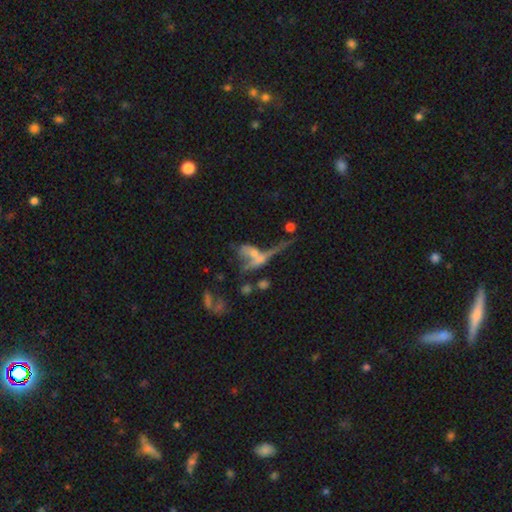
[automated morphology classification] The model was most divided on "smooth or featured": featured or disk: 44%, smooth: 39%, star or artifact: 18%. Remaining: merging — merger (43%).